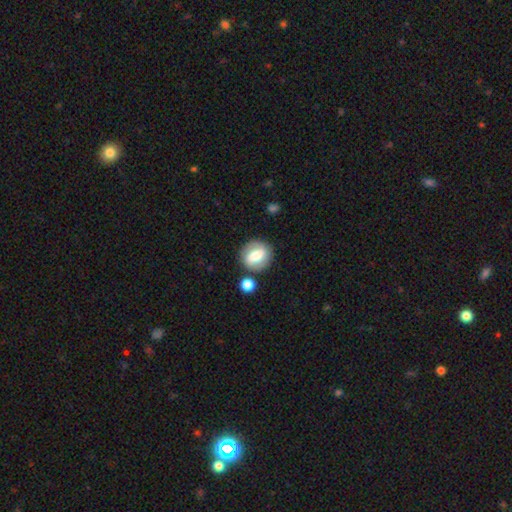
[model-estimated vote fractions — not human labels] Smooth or featured? smooth (61%)
How rounded? round (68%)
Merging? none (76%)